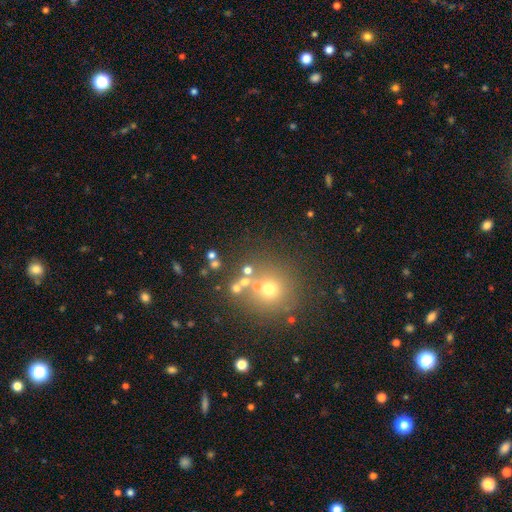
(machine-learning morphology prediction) Smooth or featured? smooth (48%)
Merging? none (67%)